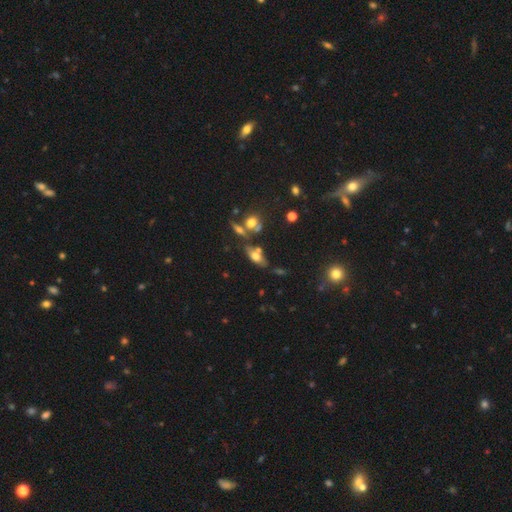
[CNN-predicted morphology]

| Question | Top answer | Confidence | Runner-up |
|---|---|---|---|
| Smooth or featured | smooth | 60% | featured or disk (26%) |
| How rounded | in between | 81% | cigar-shaped (12%) |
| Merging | none | 53% | merger (22%) |